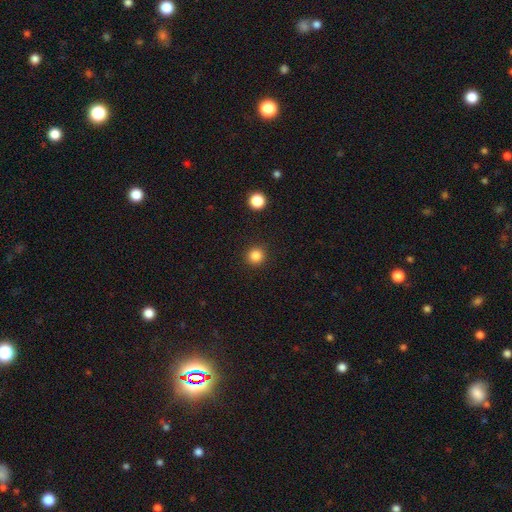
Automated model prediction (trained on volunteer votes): The model was most divided on "smooth or featured": smooth: 84%, star or artifact: 12%, featured or disk: 4%. More confident: how rounded — round (94%); merging — none (92%).